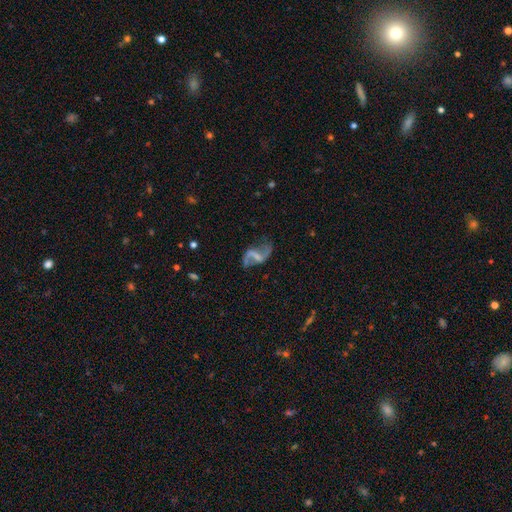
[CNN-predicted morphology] Q: Smooth or featured?
A: featured or disk (86%); runner-up: smooth (7%)
Q: Edge-on disk?
A: no (98%); runner-up: yes (2%)
Q: Bar?
A: weak (46%); runner-up: strong (34%)
Q: Spiral arms?
A: yes (93%); runner-up: no (7%)
Q: Spiral winding?
A: loose (81%); runner-up: medium (16%)
Q: Spiral arm count?
A: 2 (91%); runner-up: 1 (4%)
Q: Bulge size?
A: none (54%); runner-up: small (28%)
Q: Merging?
A: none (66%); runner-up: minor disturbance (16%)